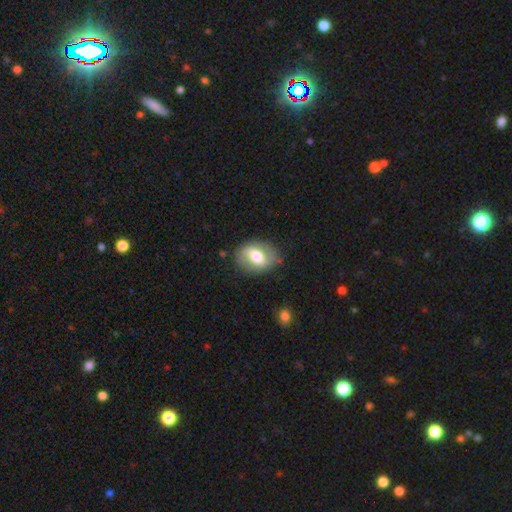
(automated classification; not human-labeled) Morphology: type=smooth (48%); merging=none (78%).